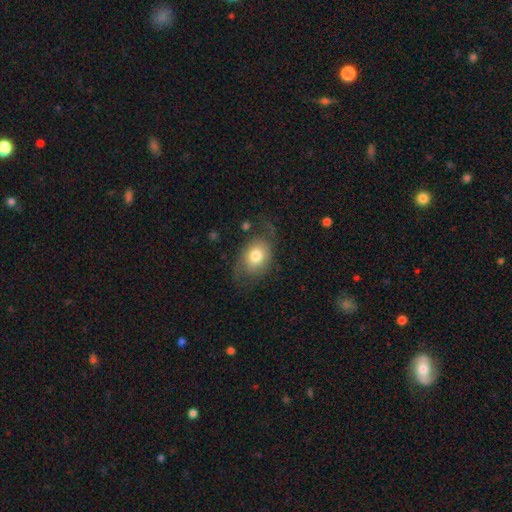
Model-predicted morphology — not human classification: This is likely a smooth galaxy (66%). How rounded: likely in between (67%). Merging: possibly none (52%).